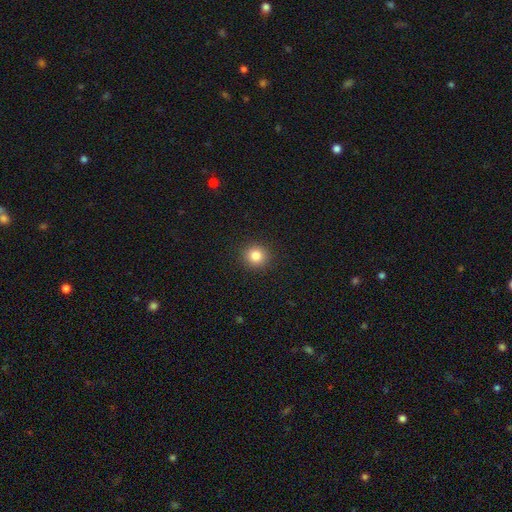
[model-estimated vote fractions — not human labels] Smooth or featured? Predicted: smooth (p=0.84). How rounded? Predicted: round (p=0.91). Merging? Predicted: none (p=0.92).